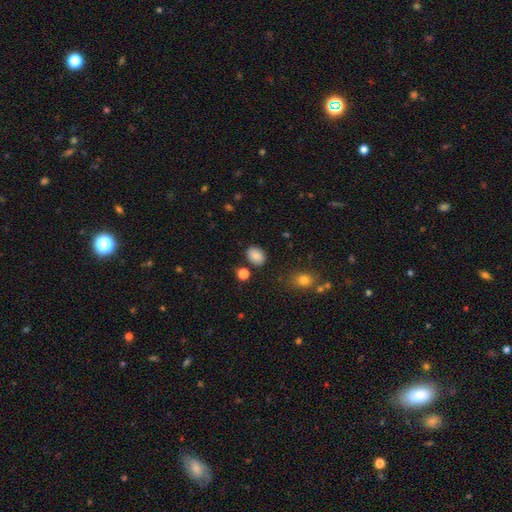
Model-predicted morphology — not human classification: A smooth galaxy with no disk features (85%) that is in between round and cigar-shaped (64%). Merging: none (83%).